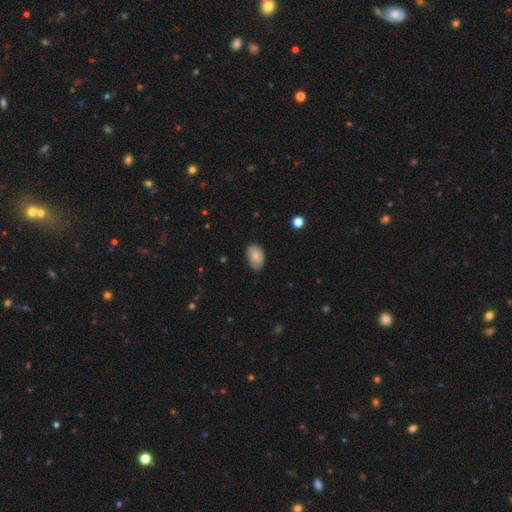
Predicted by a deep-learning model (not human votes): A smooth galaxy with no disk features (77%) that is in between round and cigar-shaped (89%).

Vote fractions:
- Smooth or featured? smooth: 77% / featured or disk: 16% / star or artifact: 8%
- How rounded? in between: 89% / round: 10% / cigar-shaped: 1%
- Merging? none: 68% / minor disturbance: 26% / major disturbance: 5% / merger: 1%